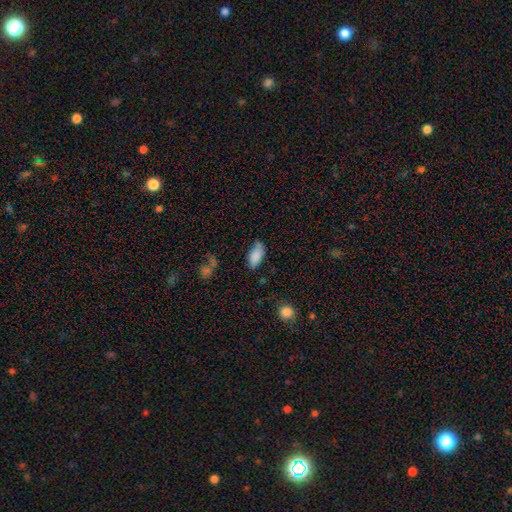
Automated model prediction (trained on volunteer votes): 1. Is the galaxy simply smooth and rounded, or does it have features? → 86% smooth, 8% star or artifact, 7% featured or disk.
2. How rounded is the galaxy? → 91% in between, 6% cigar-shaped, 3% round.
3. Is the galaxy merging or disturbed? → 66% none, 25% minor disturbance, 6% major disturbance, 3% merger.